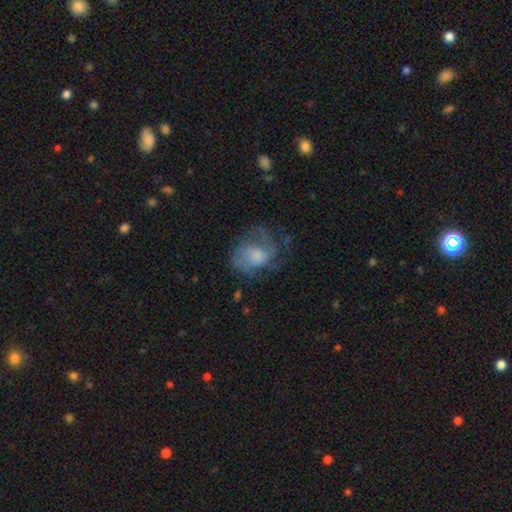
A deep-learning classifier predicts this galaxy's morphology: Smooth or featured? featured or disk (58%)
Edge-on disk? no (98%)
Bar? no (73%)
Spiral arms? yes (79%)
Bulge size? moderate (33%)
Merging? none (44%)